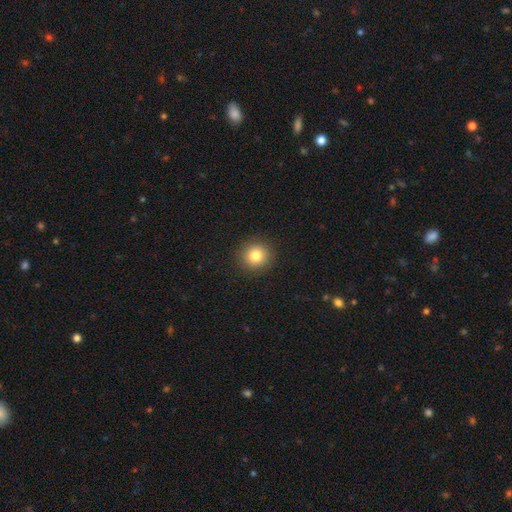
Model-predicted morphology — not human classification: This is clearly a smooth galaxy (81%). How rounded: clearly round (94%). Merging: clearly none (91%).